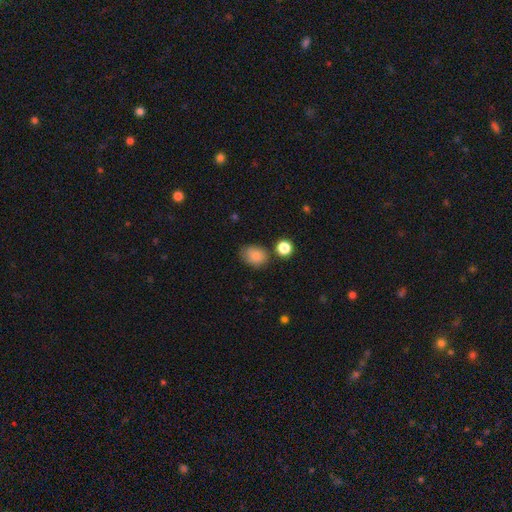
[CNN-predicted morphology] Smooth or featured?
  - smooth: 81% *
  - star or artifact: 9%
  - featured or disk: 9%
How rounded?
  - in between: 61% *
  - round: 38%
  - cigar-shaped: 1%
Merging?
  - none: 65% *
  - minor disturbance: 24%
  - major disturbance: 6%
  - merger: 5%